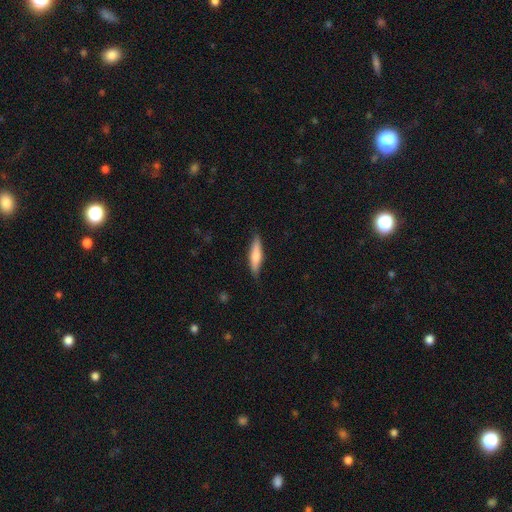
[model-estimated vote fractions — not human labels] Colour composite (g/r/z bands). It shows a smooth galaxy with no disk features (63%) that is cigar-shaped (78%). Merging: none (84%).